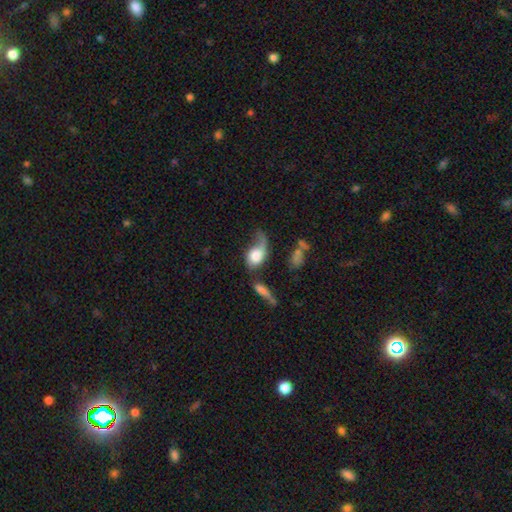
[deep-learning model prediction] Smooth or featured: smooth — 54% (featured or disk — 38%)
How rounded: in between — 71% (round — 25%)
Merging: major disturbance — 44% (none — 22%)